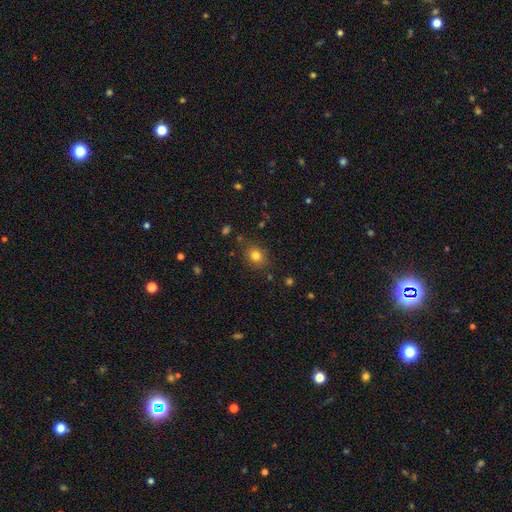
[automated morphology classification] Overall: smooth (80%). How rounded: round (61%; in between 38%). Merging: none (83%).